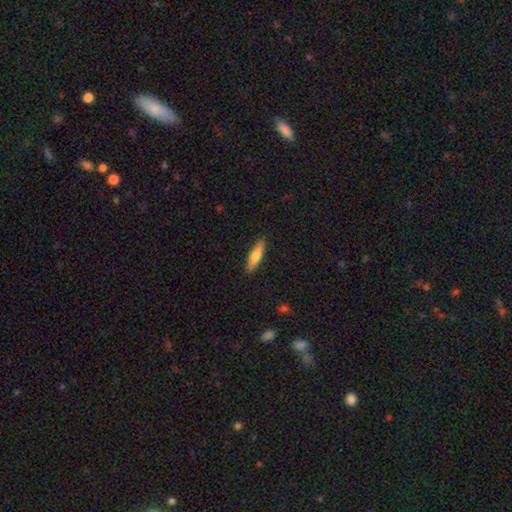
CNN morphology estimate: smooth 66%, featured or disk 29%, star or artifact 6%. Down the decision tree: how rounded — cigar-shaped (69%); merging — none (89%).